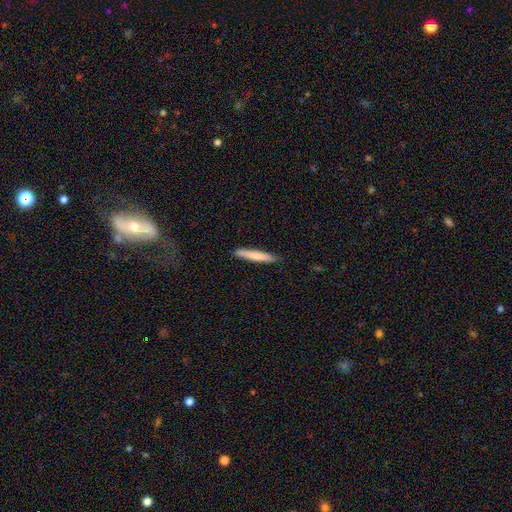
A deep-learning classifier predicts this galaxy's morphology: Overall: smooth (74%). How rounded: cigar-shaped (95%). Merging: none (89%).